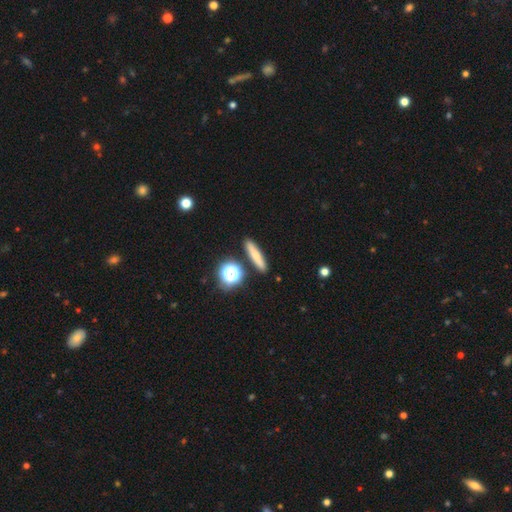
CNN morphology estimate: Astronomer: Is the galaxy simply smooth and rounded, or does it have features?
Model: smooth — 66%.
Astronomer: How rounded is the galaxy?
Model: cigar-shaped — 66%.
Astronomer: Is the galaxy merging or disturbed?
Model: none — 87%.